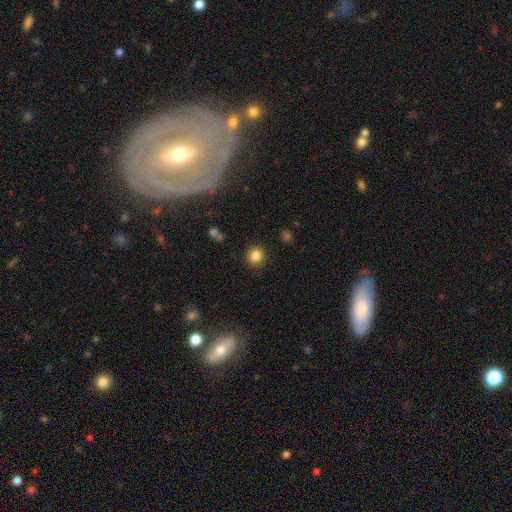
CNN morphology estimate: Overall: smooth (84%). How rounded: round (89%). Merging: none (90%).